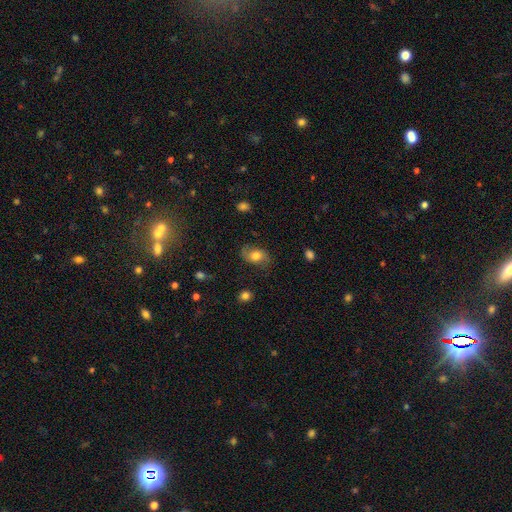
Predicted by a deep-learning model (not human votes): Smooth or featured? Predicted: smooth (p=0.48). Merging? Predicted: none (p=0.72).